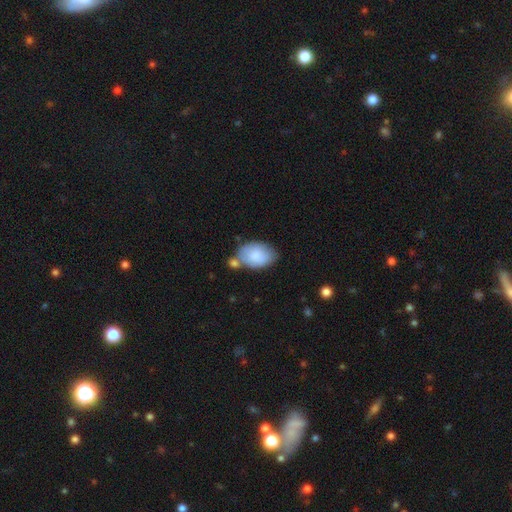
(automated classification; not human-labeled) Smooth or featured?
  - smooth: 81% *
  - featured or disk: 14%
  - star or artifact: 6%
How rounded?
  - in between: 90% *
  - round: 9%
  - cigar-shaped: 1%
Merging?
  - none: 56% *
  - minor disturbance: 20%
  - merger: 18%
  - major disturbance: 5%